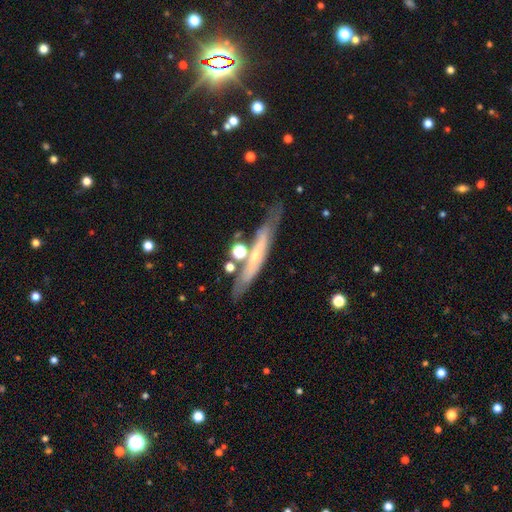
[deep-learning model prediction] Smooth or featured? featured or disk (59%)
Edge-on disk? yes (81%)
Merging? none (68%)